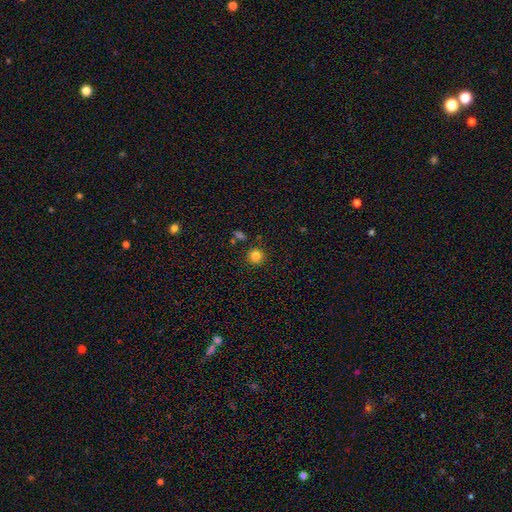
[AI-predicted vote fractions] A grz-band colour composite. It shows a smooth galaxy with no disk features (82%) that is round (94%). Merging: none (88%).